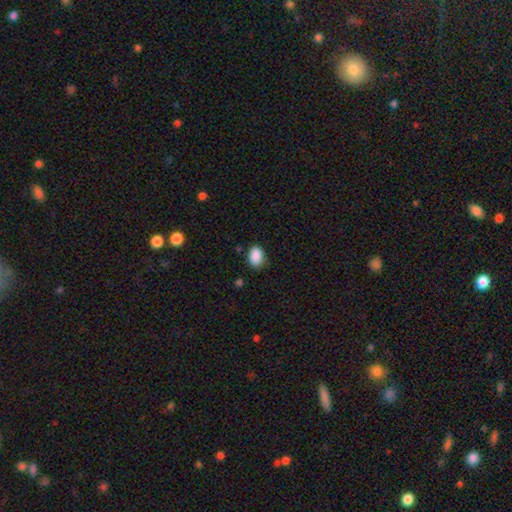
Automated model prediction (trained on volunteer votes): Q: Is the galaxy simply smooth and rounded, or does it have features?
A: smooth — 89%.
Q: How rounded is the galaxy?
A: in between — 82%.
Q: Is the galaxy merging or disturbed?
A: none — 78%.